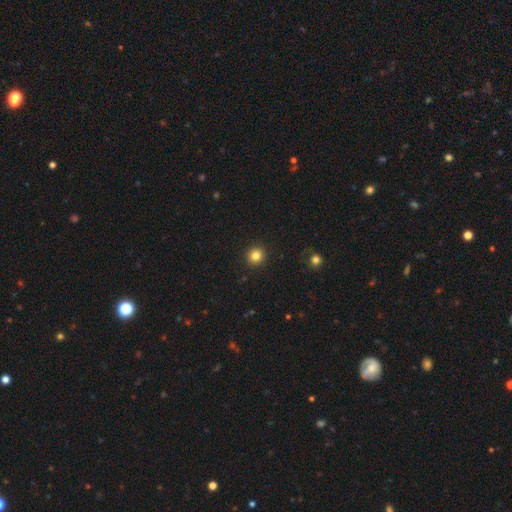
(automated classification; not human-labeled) smooth_or_featured: smooth (p=0.83) [alt: star or artifact p=0.12]
how_rounded: round (p=0.93) [alt: in between p=0.06]
merging: none (p=0.93) [alt: minor disturbance p=0.05]